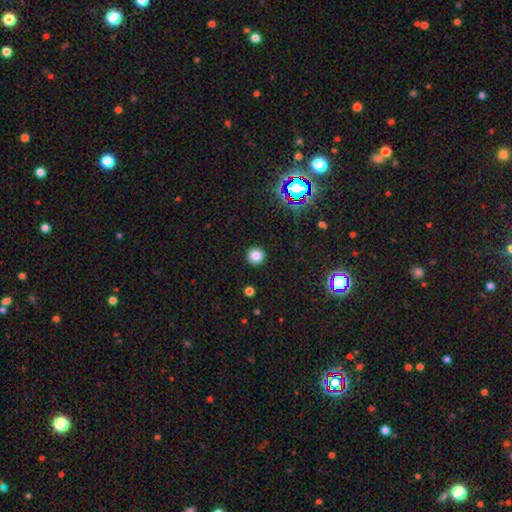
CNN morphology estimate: Smooth or featured? Predicted: smooth (p=0.82). How rounded? Predicted: round (p=0.95). Merging? Predicted: none (p=0.93).